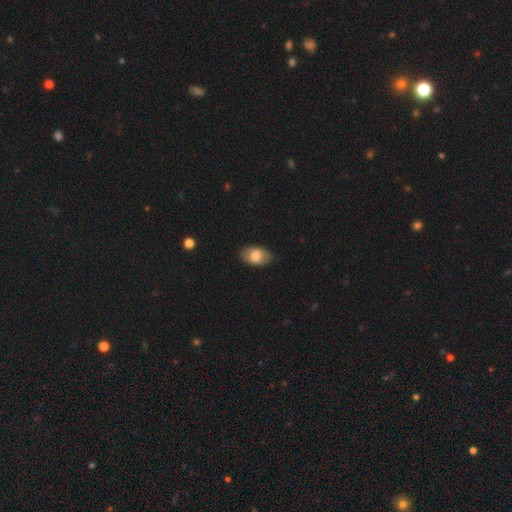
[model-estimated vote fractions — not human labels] Overall: smooth (74%). How rounded: in between (92%). Merging: none (81%).